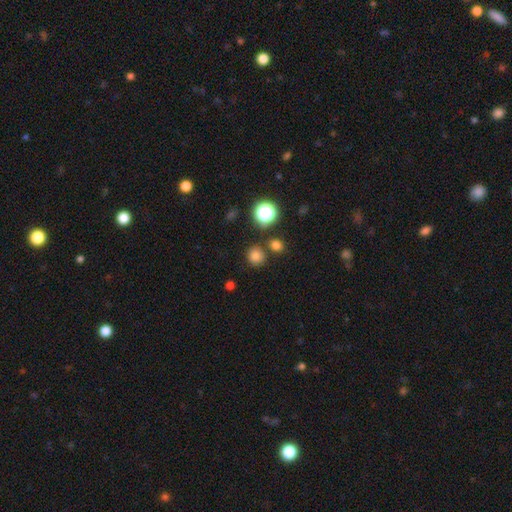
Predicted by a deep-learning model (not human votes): smooth 76%, star or artifact 19%, featured or disk 6%. Down the decision tree: how rounded — round (91%); merging — none (80%).